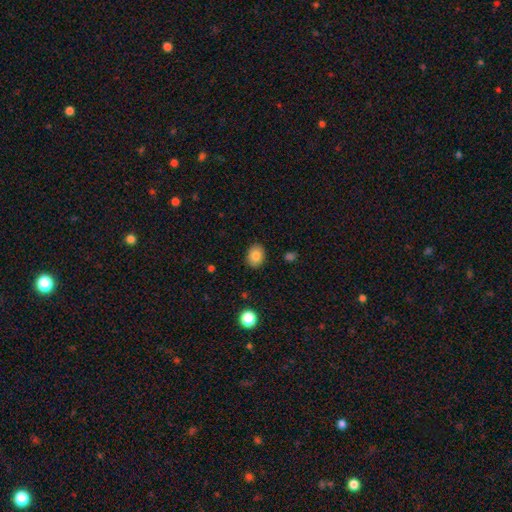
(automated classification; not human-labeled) Smooth or featured? smooth (82%)
How rounded? in between (52%)
Merging? none (88%)